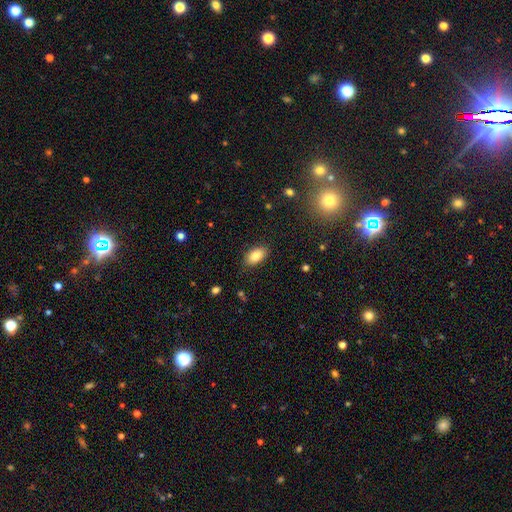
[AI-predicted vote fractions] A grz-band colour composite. It shows a smooth galaxy with no disk features (84%) that is in between round and cigar-shaped (92%). Merging: none (85%).